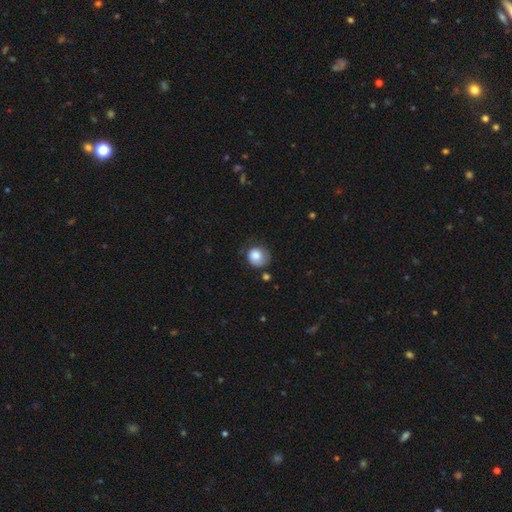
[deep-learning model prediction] This appears to be a smooth galaxy with no disk features (81%) that is round (82%). Merging: none (54%).